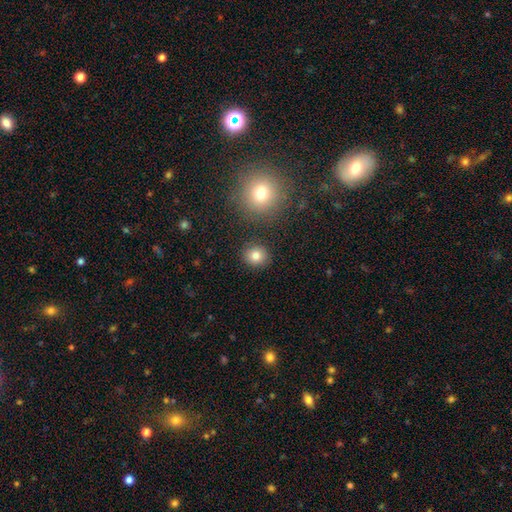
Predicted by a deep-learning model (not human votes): smooth 82%, star or artifact 12%, featured or disk 7%. Down the decision tree: how rounded — round (82%); merging — none (87%).